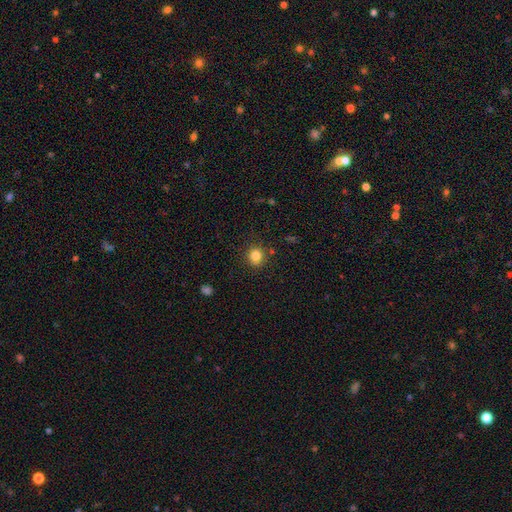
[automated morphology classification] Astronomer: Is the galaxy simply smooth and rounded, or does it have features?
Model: smooth — 82%.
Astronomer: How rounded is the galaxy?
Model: round — 85%.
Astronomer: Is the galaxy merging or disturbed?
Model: none — 86%.